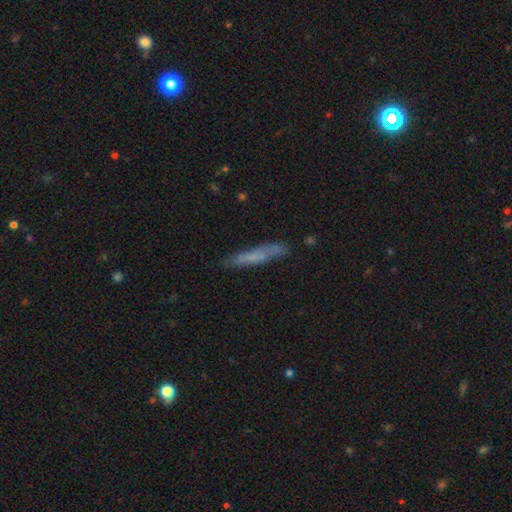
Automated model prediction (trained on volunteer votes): Smooth or featured?
  - smooth: 61% *
  - featured or disk: 31%
  - star or artifact: 8%
How rounded?
  - cigar-shaped: 92% *
  - in between: 6%
  - round: 1%
Merging?
  - none: 76% *
  - minor disturbance: 17%
  - major disturbance: 4%
  - merger: 2%